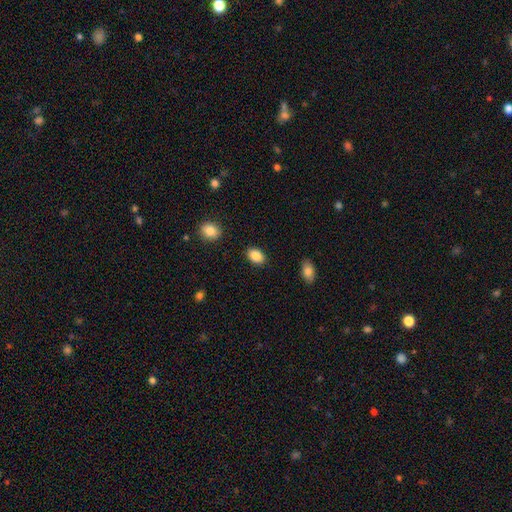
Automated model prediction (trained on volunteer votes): Smooth or featured: smooth — 88% (star or artifact — 8%)
How rounded: in between — 79% (round — 20%)
Merging: none — 87% (minor disturbance — 9%)